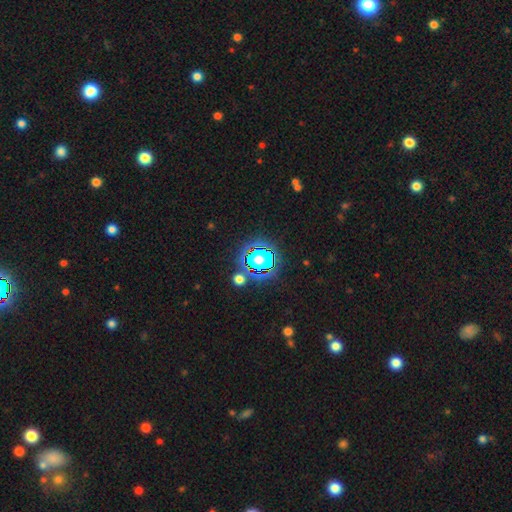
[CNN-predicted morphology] Q: Smooth or featured?
A: star or artifact (81%); runner-up: smooth (12%)